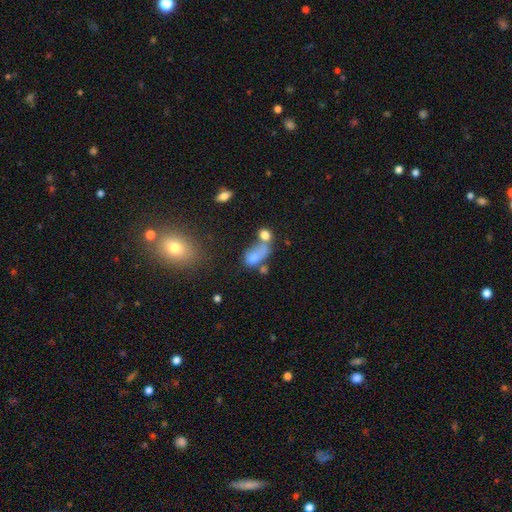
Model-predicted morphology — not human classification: Smooth or featured? smooth (67%)
How rounded? in between (78%)
Merging? merger (45%)